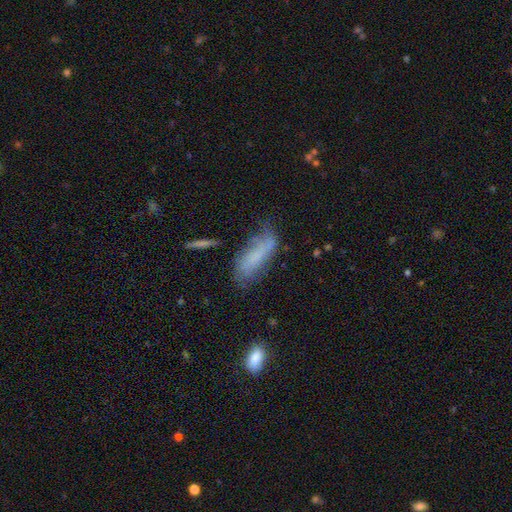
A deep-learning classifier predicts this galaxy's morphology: This is possibly a smooth galaxy (53%). How rounded: likely in between (62%). Merging: possibly none (51%).